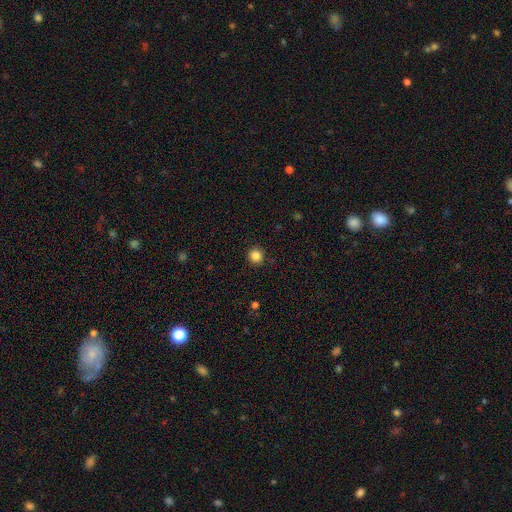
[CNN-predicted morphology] Q: Smooth or featured?
A: smooth (85%); runner-up: star or artifact (11%)
Q: How rounded?
A: round (94%); runner-up: in between (5%)
Q: Merging?
A: none (92%); runner-up: minor disturbance (5%)